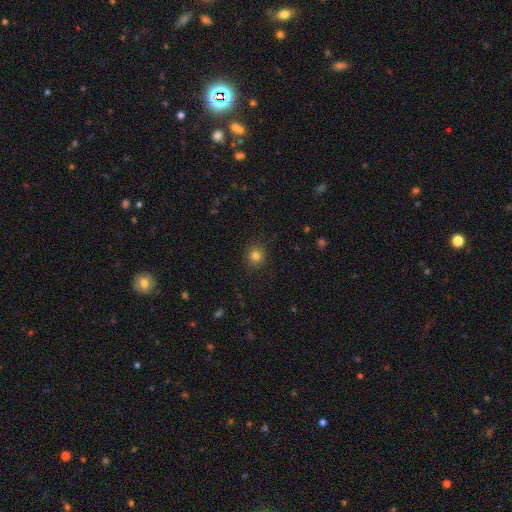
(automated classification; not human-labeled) This appears to be a smooth galaxy with no disk features (82%) that is round (88%). Merging: none (90%).